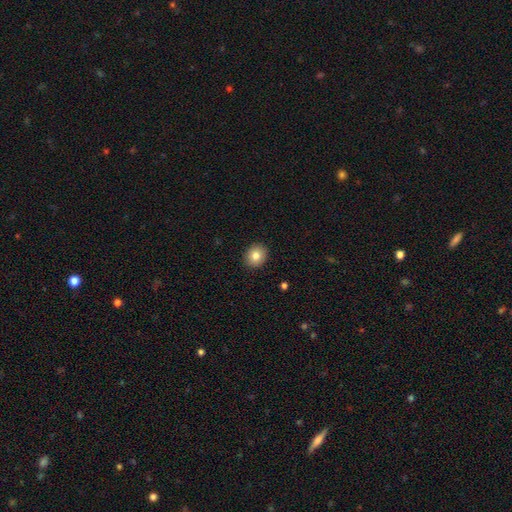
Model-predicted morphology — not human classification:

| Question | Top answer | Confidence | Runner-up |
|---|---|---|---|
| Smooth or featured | smooth | 82% | star or artifact (9%) |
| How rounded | round | 72% | in between (27%) |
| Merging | none | 91% | minor disturbance (6%) |